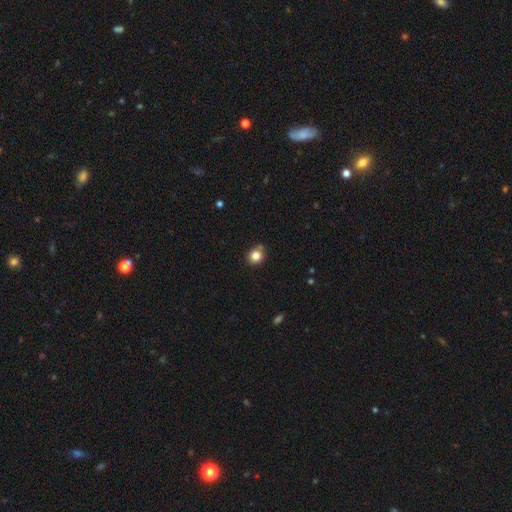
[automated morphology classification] The model was most divided on "merging": none: 75%, minor disturbance: 14%, merger: 7%, major disturbance: 3%. More confident: how rounded — round (85%); smooth or featured — smooth (83%).